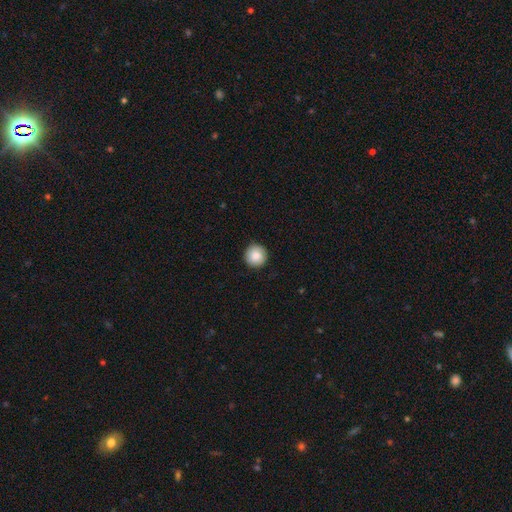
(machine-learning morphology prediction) This is clearly a smooth galaxy (87%). How rounded: clearly round (96%). Merging: clearly none (92%).